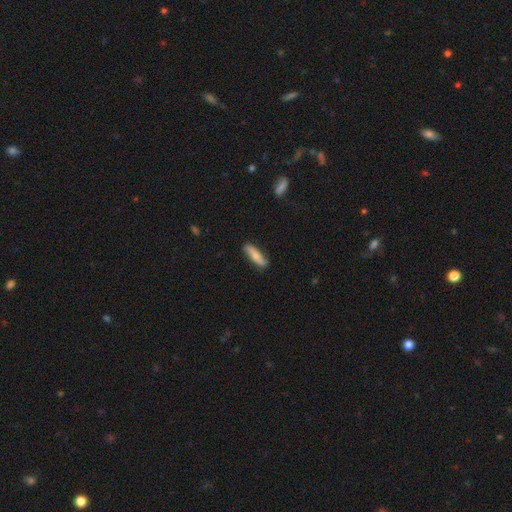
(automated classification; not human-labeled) smooth-or-featured: smooth: 66% | featured or disk: 28% | star or artifact: 6%
  how-rounded: cigar-shaped: 71% | in between: 27% | round: 2%
  merging: none: 84% | minor disturbance: 12% | major disturbance: 2% | merger: 1%